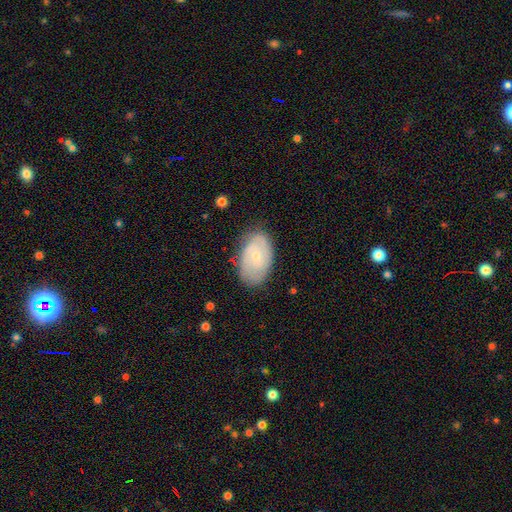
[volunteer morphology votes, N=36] Smooth or featured?
  - smooth: 61% *
  - featured or disk: 36%
  - star or artifact: 3%
How rounded?
  - in between: 100% *
  - round: 0%
  - cigar-shaped: 0%
Merging?
  - none: 74% *
  - minor disturbance: 23%
  - major disturbance: 3%
  - merger: 0%